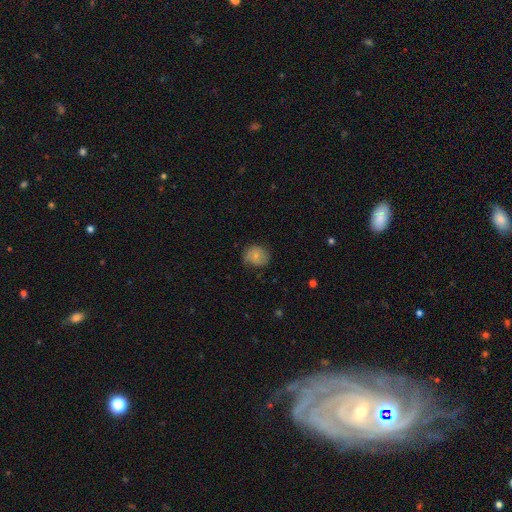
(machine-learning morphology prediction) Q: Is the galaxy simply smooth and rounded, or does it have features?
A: smooth — 68%.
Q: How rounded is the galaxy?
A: round — 70%.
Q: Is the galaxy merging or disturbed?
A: none — 66%.